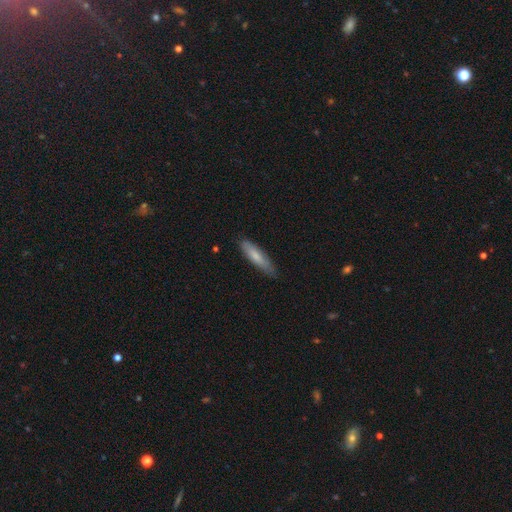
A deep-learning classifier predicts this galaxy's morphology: smooth 75%, featured or disk 19%, star or artifact 5%. Down the decision tree: how rounded — cigar-shaped (76%); merging — none (80%).